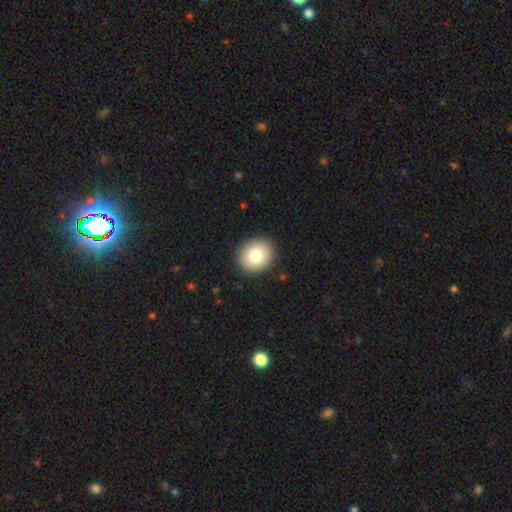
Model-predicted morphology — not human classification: Smooth or featured?
  - smooth: 80% *
  - featured or disk: 11%
  - star or artifact: 9%
How rounded?
  - round: 73% *
  - in between: 26%
  - cigar-shaped: 1%
Merging?
  - none: 91% *
  - minor disturbance: 6%
  - major disturbance: 2%
  - merger: 1%